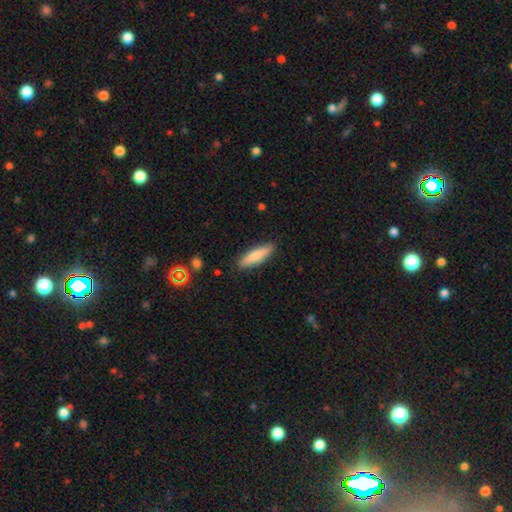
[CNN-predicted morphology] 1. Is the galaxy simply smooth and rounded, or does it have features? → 80% smooth, 14% featured or disk, 6% star or artifact.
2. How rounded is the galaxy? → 68% cigar-shaped, 31% in between, 1% round.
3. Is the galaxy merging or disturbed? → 87% none, 10% minor disturbance, 2% major disturbance, 1% merger.